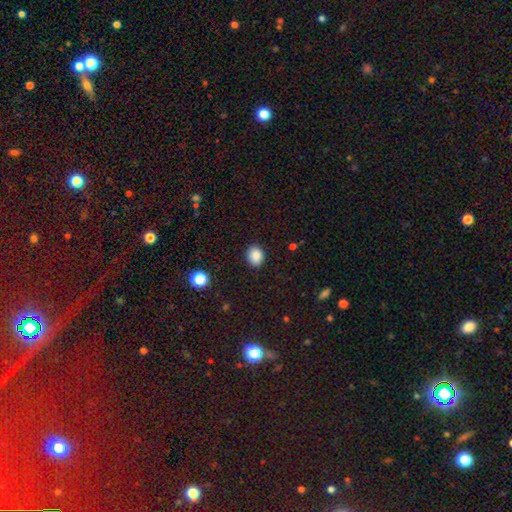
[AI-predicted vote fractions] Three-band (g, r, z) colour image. It shows a smooth galaxy with no disk features (87%) that is round (57%). Merging: none (89%).